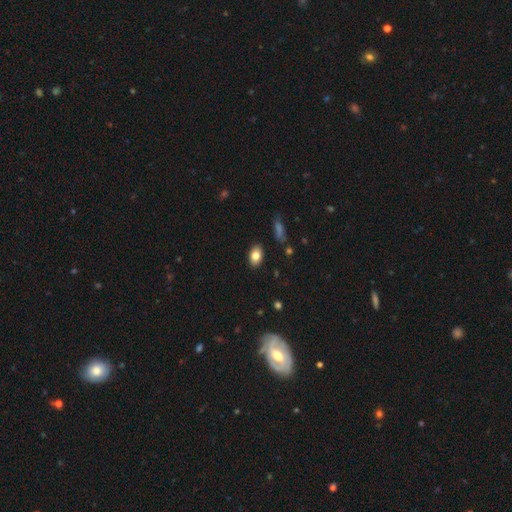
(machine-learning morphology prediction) This appears to be a smooth galaxy with no disk features (82%) that is in between round and cigar-shaped (87%). Merging: none (87%).